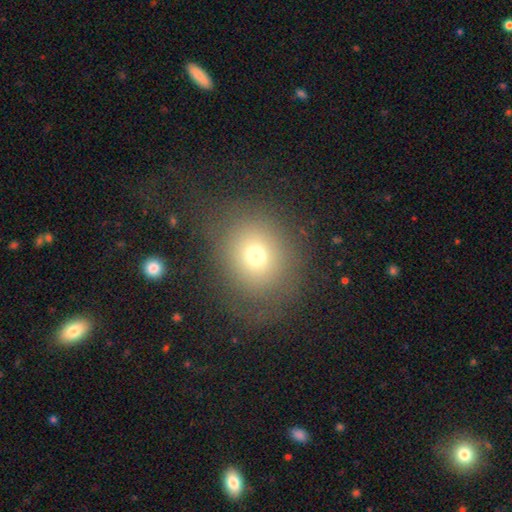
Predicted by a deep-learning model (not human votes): A smooth galaxy with no disk features (69%) that is round (69%).

Vote fractions:
- Smooth or featured? smooth: 69% / featured or disk: 16% / star or artifact: 15%
- How rounded? round: 69% / in between: 30% / cigar-shaped: 1%
- Merging? none: 69% / minor disturbance: 16% / major disturbance: 13% / merger: 2%